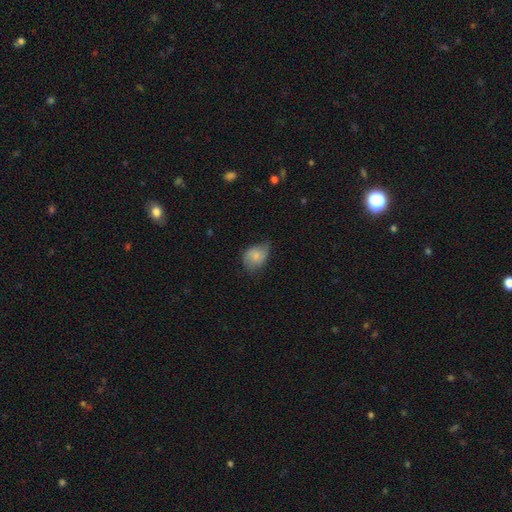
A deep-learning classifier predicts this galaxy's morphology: A smooth galaxy with no disk features (69%) that is in between round and cigar-shaped (61%).

Vote fractions:
- Smooth or featured? smooth: 69% / featured or disk: 23% / star or artifact: 8%
- How rounded? in between: 61% / round: 38% / cigar-shaped: 1%
- Merging? none: 44% / minor disturbance: 42% / major disturbance: 13% / merger: 1%